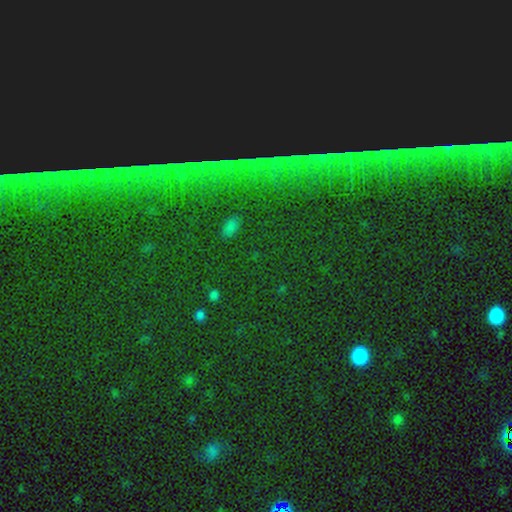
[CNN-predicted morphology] smooth_or_featured: star or artifact (p=0.81) [alt: smooth p=0.11]